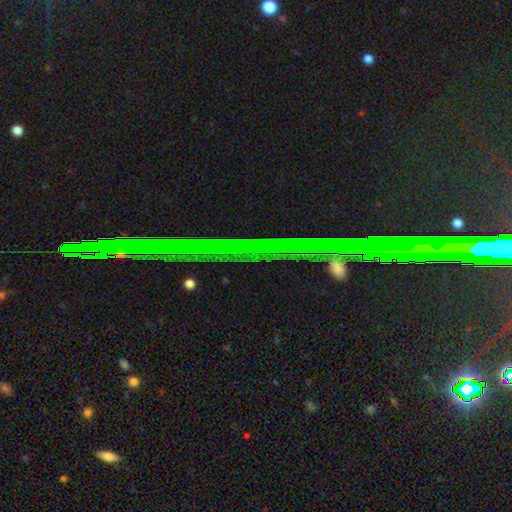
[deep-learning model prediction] A star or artifact, not a galaxy (80%).